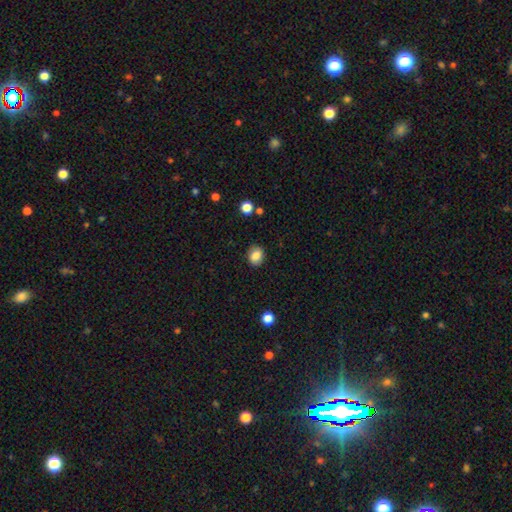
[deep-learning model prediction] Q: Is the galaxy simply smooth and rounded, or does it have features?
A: smooth — 85%.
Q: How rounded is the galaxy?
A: round — 54%.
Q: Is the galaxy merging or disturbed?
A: none — 86%.